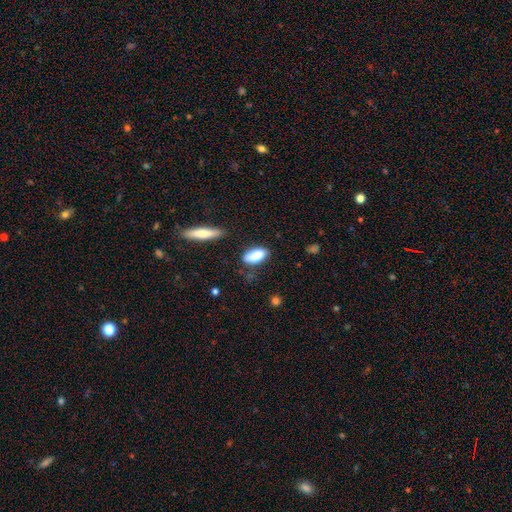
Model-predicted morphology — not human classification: smooth_or_featured: smooth (p=0.83) [alt: featured or disk p=0.09]
how_rounded: in between (p=0.85) [alt: cigar-shaped p=0.12]
merging: none (p=0.71) [alt: minor disturbance p=0.20]